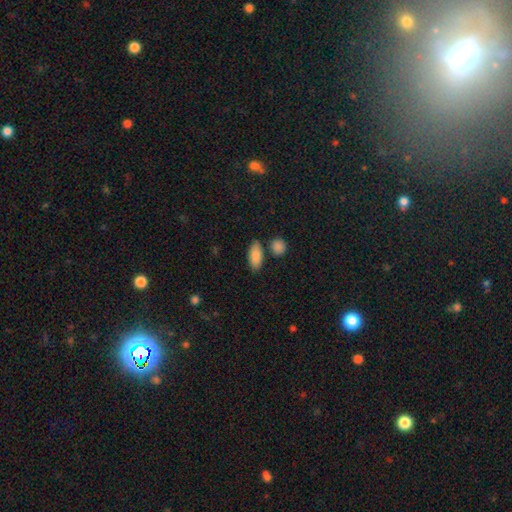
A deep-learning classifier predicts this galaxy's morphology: Smooth or featured? smooth (87%)
How rounded? in between (85%)
Merging? none (77%)